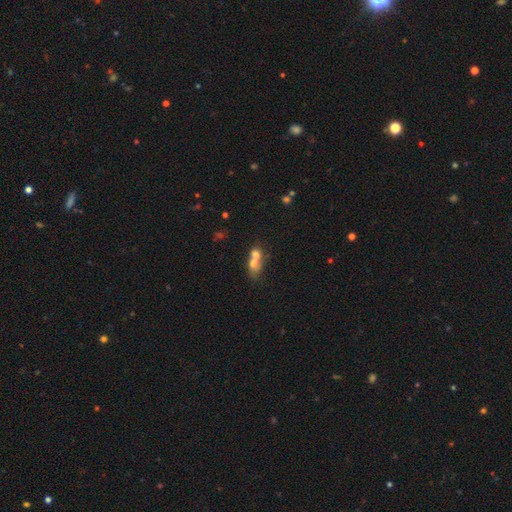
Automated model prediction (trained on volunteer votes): A smooth galaxy with no disk features (63%) that is in between round and cigar-shaped (62%).

Vote fractions:
- Smooth or featured? smooth: 63% / featured or disk: 24% / star or artifact: 13%
- How rounded? in between: 62% / round: 30% / cigar-shaped: 8%
- Merging? merger: 67% / none: 19% / minor disturbance: 7% / major disturbance: 7%